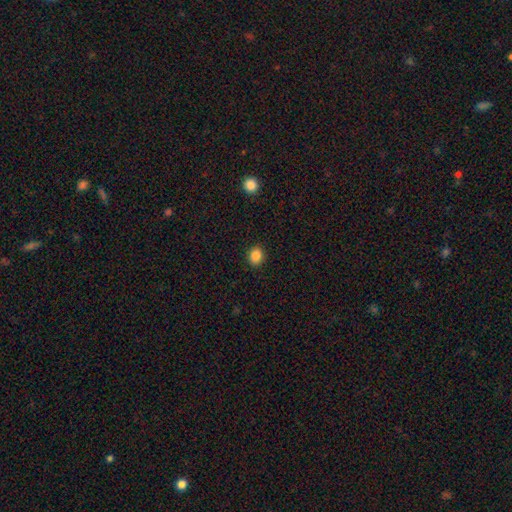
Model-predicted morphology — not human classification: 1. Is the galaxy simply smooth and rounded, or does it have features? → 87% smooth, 10% star or artifact, 3% featured or disk.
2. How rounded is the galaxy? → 63% round, 36% in between, 1% cigar-shaped.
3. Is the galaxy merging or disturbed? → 91% none, 6% minor disturbance, 2% major disturbance, 1% merger.